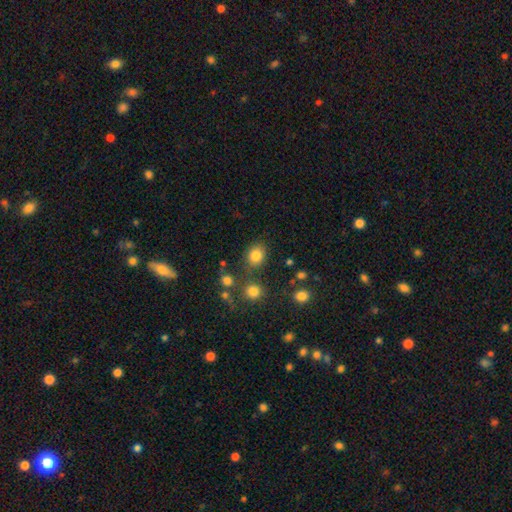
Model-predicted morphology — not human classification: Overall: smooth (82%). How rounded: round (62%; in between 37%). Merging: none (77%).